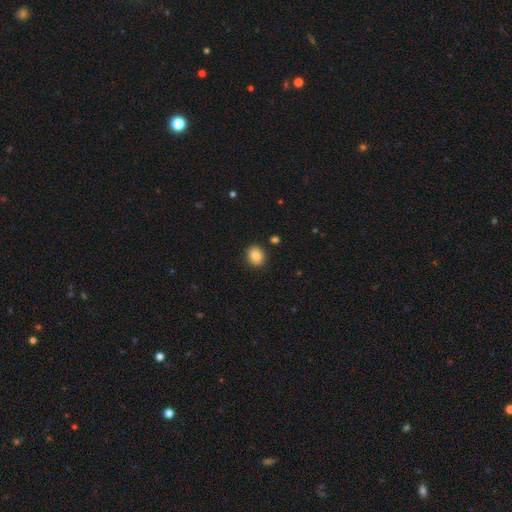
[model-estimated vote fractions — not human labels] smooth 86%, star or artifact 9%, featured or disk 6%. Down the decision tree: how rounded — round (60%); merging — none (89%).